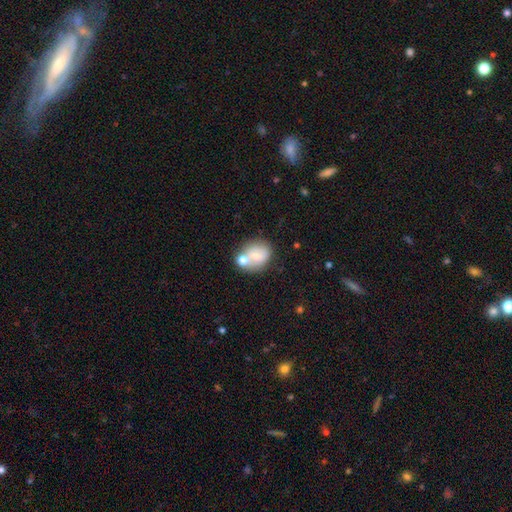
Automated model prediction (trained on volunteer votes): Morphology: type=smooth (65%); roundness=round (57%); merging=none (51%).